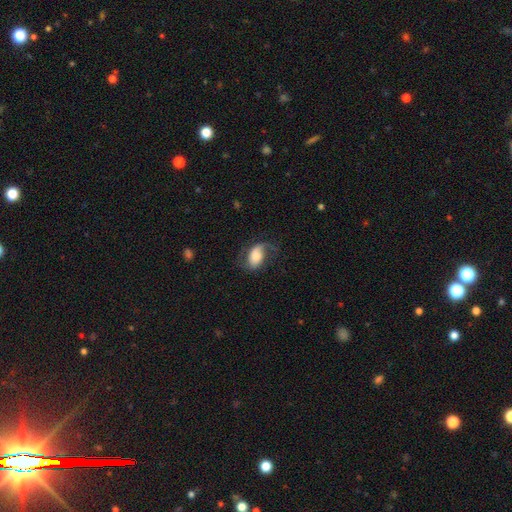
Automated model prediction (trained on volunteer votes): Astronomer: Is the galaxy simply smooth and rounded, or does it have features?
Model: featured or disk — 56% (runner-up: smooth, 37%).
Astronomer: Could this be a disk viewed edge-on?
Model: no — 96%.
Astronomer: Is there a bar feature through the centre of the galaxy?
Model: no — 52% (runner-up: weak, 31%).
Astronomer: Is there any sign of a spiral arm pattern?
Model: yes — 88%.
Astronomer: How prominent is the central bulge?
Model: moderate — 36% (runner-up: large, 27%).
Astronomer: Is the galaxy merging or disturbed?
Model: none — 50%.